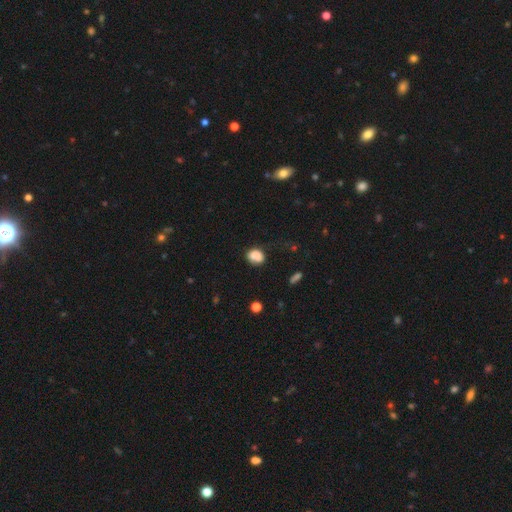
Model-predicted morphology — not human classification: This appears to be a smooth galaxy with no disk features (80%) that is round (51%). Merging: none (51%).